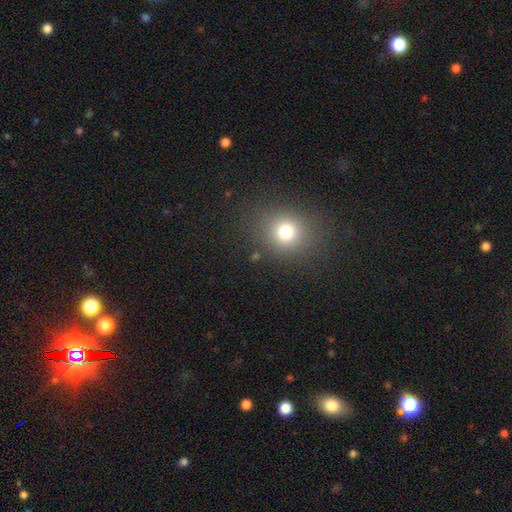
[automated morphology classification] smooth-or-featured: smooth: 72% | star or artifact: 21% | featured or disk: 7%
  how-rounded: round: 78% | in between: 21% | cigar-shaped: 1%
  merging: none: 87% | minor disturbance: 8% | major disturbance: 3% | merger: 2%